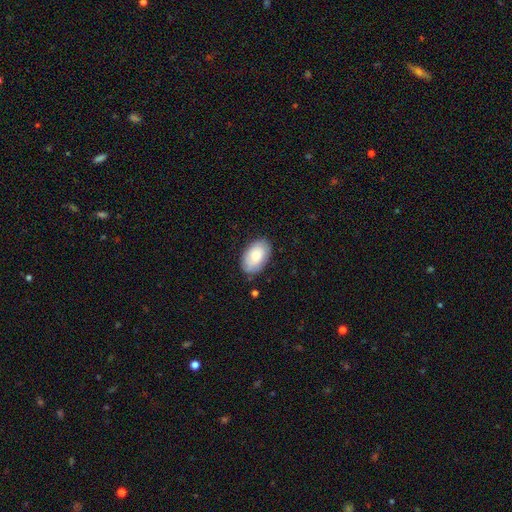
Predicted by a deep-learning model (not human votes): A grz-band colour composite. It shows a smooth galaxy with no disk features (76%) that is in between round and cigar-shaped (93%). Merging: none (81%).